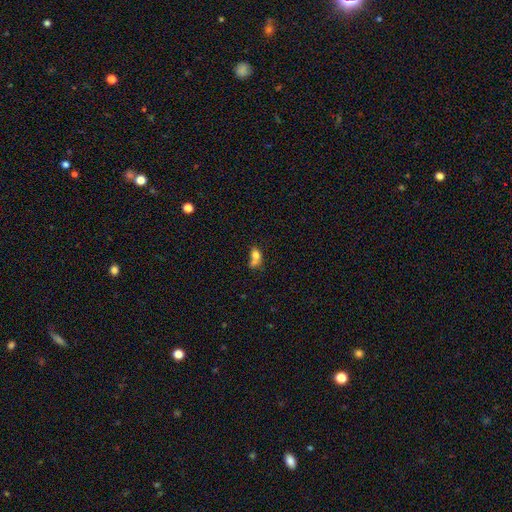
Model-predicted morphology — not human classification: A smooth galaxy with no disk features (72%) that is in between round and cigar-shaped (66%). Merging: merger (54%).